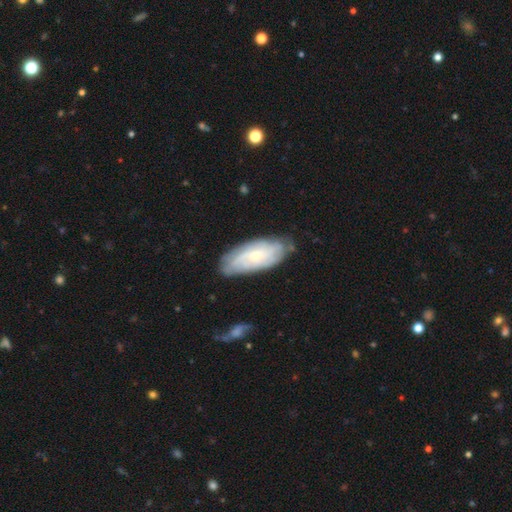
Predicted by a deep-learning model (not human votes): Smooth or featured? featured or disk (62%)
Edge-on disk? no (89%)
Bar? no (69%)
Spiral arms? yes (86%)
Bulge size? small (61%)
Merging? none (78%)